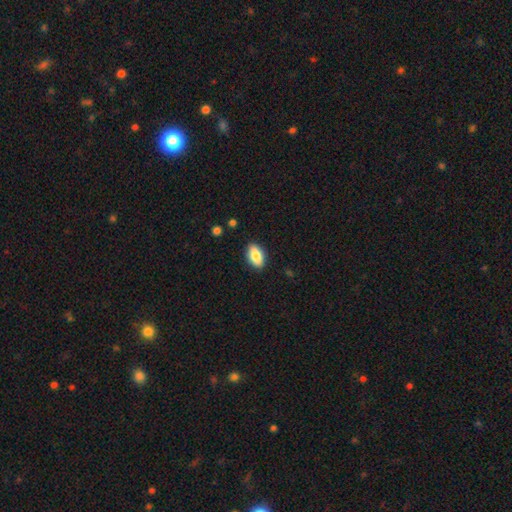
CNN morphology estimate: Smooth or featured?
  - smooth: 81% *
  - featured or disk: 12%
  - star or artifact: 7%
How rounded?
  - in between: 89% *
  - cigar-shaped: 6%
  - round: 5%
Merging?
  - none: 88% *
  - minor disturbance: 9%
  - major disturbance: 2%
  - merger: 1%